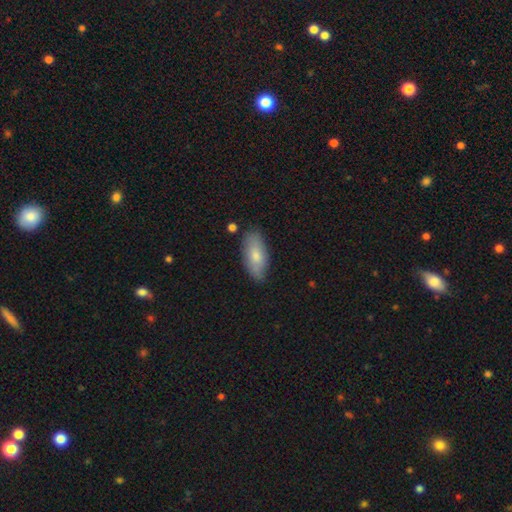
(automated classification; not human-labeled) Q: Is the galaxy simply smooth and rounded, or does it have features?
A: smooth — 76%.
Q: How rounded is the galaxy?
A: in between — 87%.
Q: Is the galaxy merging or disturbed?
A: none — 78%.